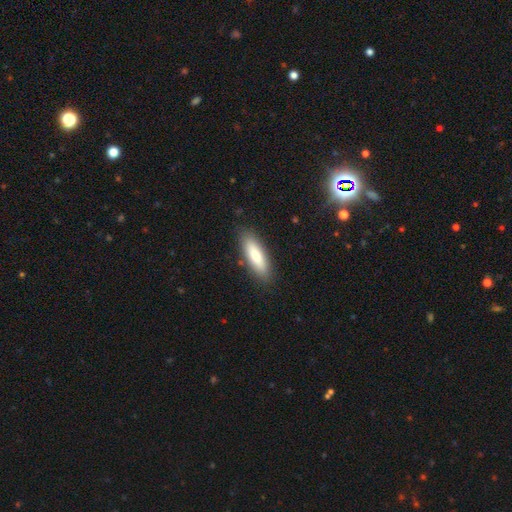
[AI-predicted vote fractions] smooth 79%, featured or disk 15%, star or artifact 6%. Down the decision tree: how rounded — cigar-shaped (51%); merging — none (87%).